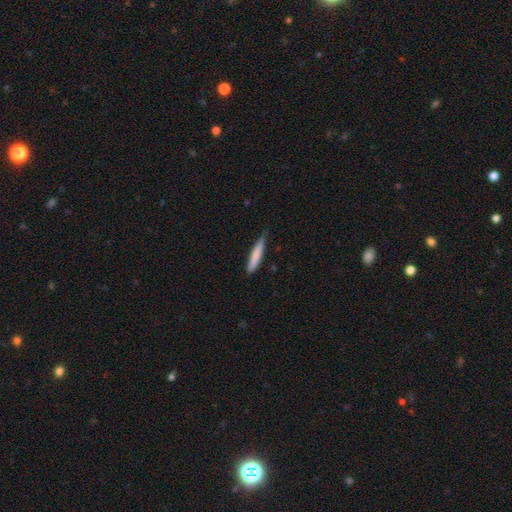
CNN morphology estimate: Smooth or featured: smooth — 79% (featured or disk — 15%)
How rounded: cigar-shaped — 91% (in between — 8%)
Merging: none — 70% (minor disturbance — 26%)